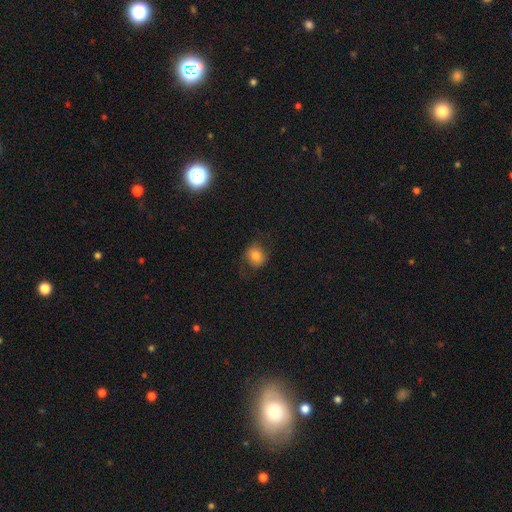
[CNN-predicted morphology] Smooth or featured: smooth — 78% (featured or disk — 13%)
How rounded: round — 73% (in between — 26%)
Merging: none — 72% (minor disturbance — 18%)